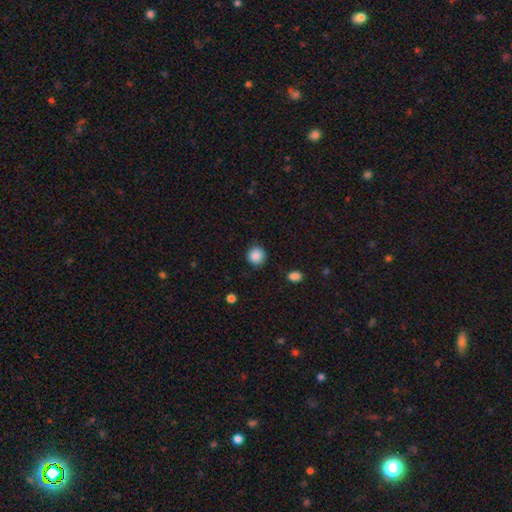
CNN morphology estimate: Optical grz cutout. It shows a smooth galaxy with no disk features (88%) that is round (92%). Merging: none (87%).